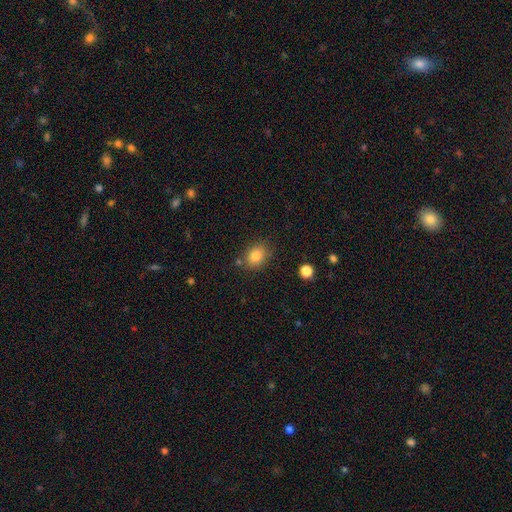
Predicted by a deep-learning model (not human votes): Smooth or featured? smooth (83%)
How rounded? in between (58%)
Merging? none (77%)